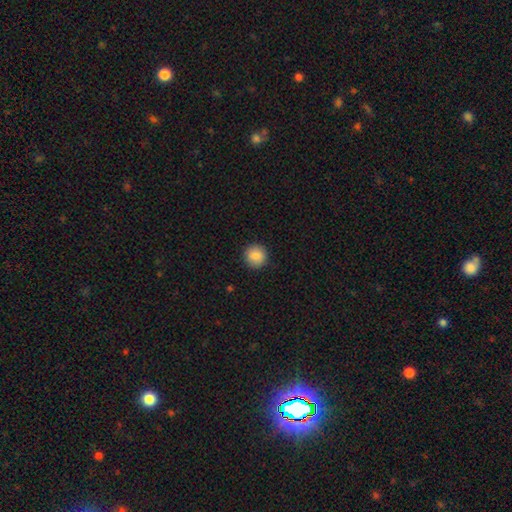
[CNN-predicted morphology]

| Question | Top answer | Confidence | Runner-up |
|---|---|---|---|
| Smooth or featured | smooth | 87% | star or artifact (8%) |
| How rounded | round | 94% | in between (5%) |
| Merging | none | 91% | minor disturbance (6%) |